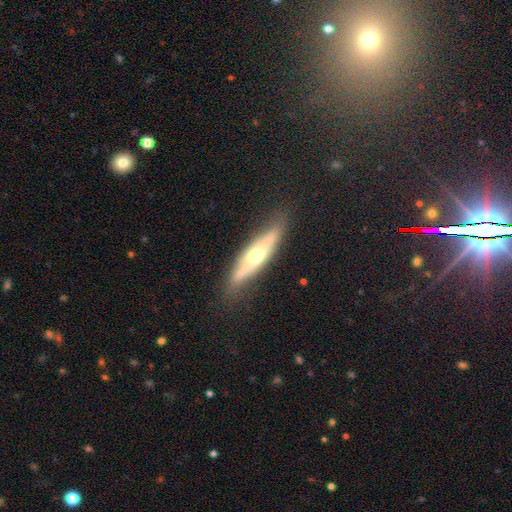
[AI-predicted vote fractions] A featured or disk galaxy (57%) viewed edge-on (70%). Merging: none (73%).